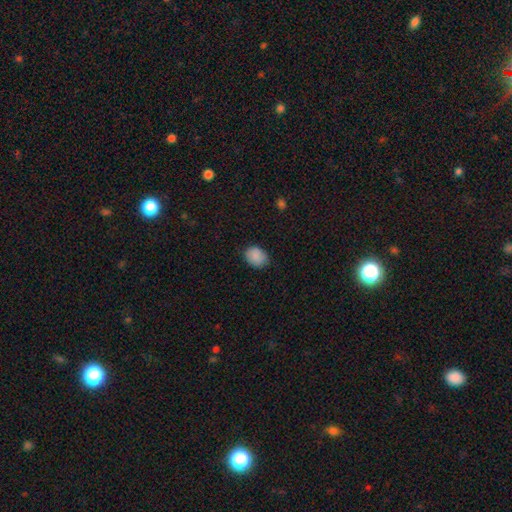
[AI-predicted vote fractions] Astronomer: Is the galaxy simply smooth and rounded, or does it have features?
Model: smooth — 88%.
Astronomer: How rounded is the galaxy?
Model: in between — 57% (runner-up: round, 42%).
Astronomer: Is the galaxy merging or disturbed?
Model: none — 80%.